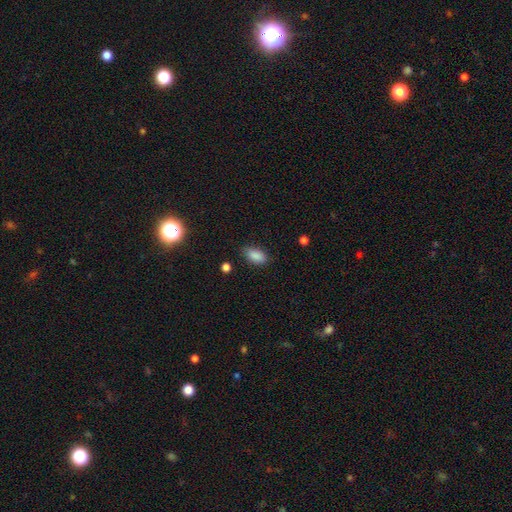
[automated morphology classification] Q: Smooth or featured?
A: smooth (87%); runner-up: star or artifact (9%)
Q: How rounded?
A: in between (90%); runner-up: round (6%)
Q: Merging?
A: none (80%); runner-up: minor disturbance (15%)